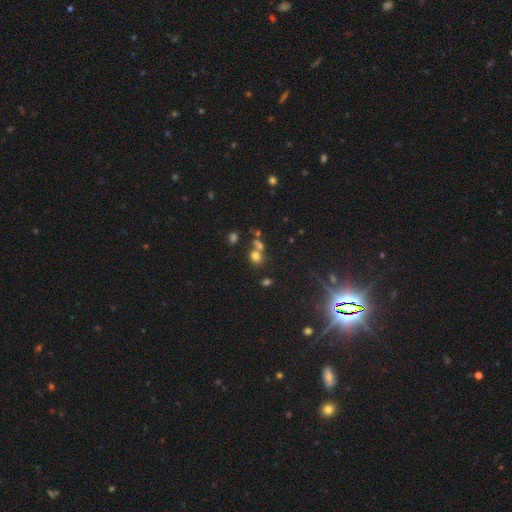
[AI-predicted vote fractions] The model was most divided on "merging": none: 54%, merger: 32%, minor disturbance: 10%, major disturbance: 5%. More confident: how rounded — round (74%); smooth or featured — smooth (70%).